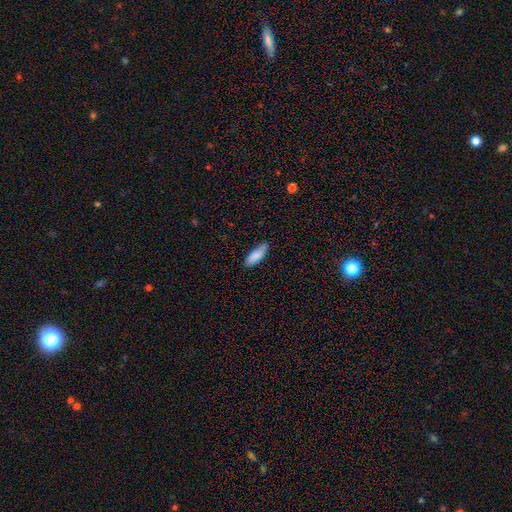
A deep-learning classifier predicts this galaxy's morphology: type=smooth (85%); roundness=in between (63%); merging=none (72%).